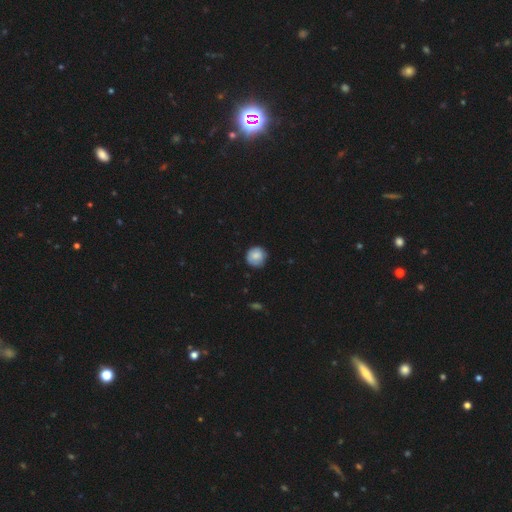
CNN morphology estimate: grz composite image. It shows a smooth galaxy with no disk features (82%) that is round (92%). Merging: none (78%).